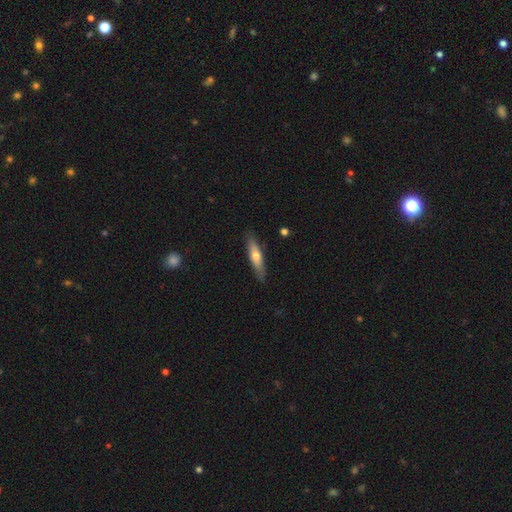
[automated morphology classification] smooth-or-featured: smooth: 56% | featured or disk: 38% | star or artifact: 6%
  how-rounded: cigar-shaped: 78% | in between: 20% | round: 2%
  merging: none: 85% | minor disturbance: 11% | major disturbance: 2% | merger: 1%